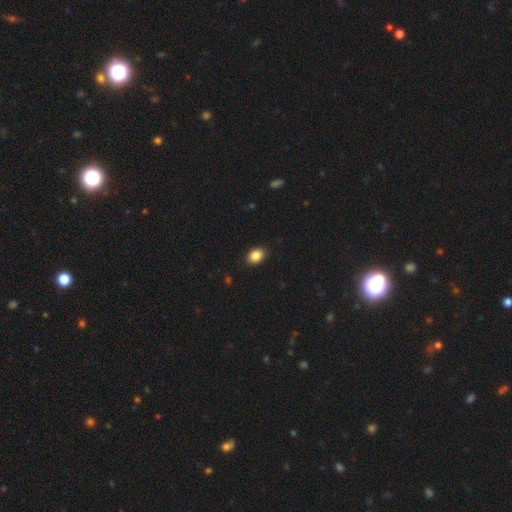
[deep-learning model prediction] A smooth galaxy with no disk features (87%) that is in between round and cigar-shaped (72%). Merging: none (89%).